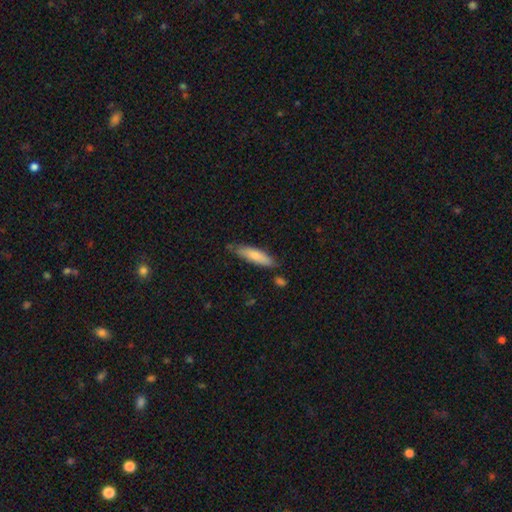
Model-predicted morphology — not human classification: A smooth galaxy with no disk features (78%) that is cigar-shaped (71%).

Vote fractions:
- Smooth or featured? smooth: 78% / featured or disk: 17% / star or artifact: 5%
- How rounded? cigar-shaped: 71% / in between: 28% / round: 1%
- Merging? none: 73% / minor disturbance: 20% / merger: 4% / major disturbance: 3%